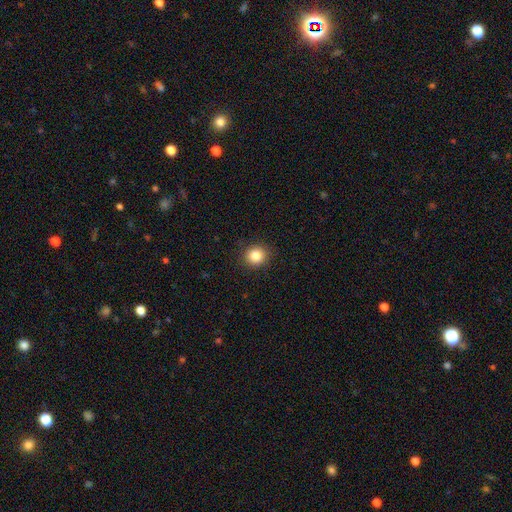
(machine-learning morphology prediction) Q: Smooth or featured?
A: smooth (84%); runner-up: star or artifact (10%)
Q: How rounded?
A: round (84%); runner-up: in between (16%)
Q: Merging?
A: none (90%); runner-up: minor disturbance (7%)